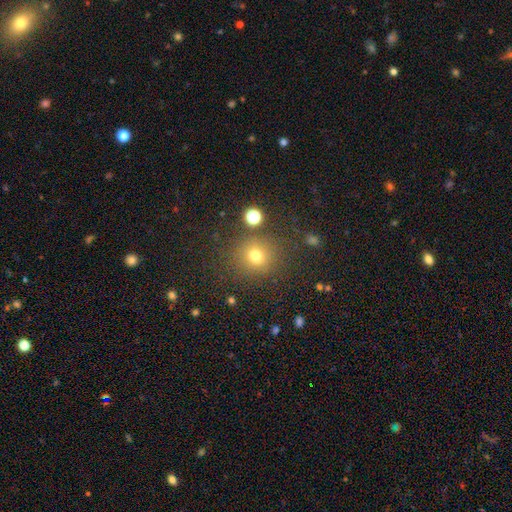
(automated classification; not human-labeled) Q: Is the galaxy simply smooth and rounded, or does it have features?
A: smooth — 74%.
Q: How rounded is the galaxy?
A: round — 88%.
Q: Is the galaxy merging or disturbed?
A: none — 82%.